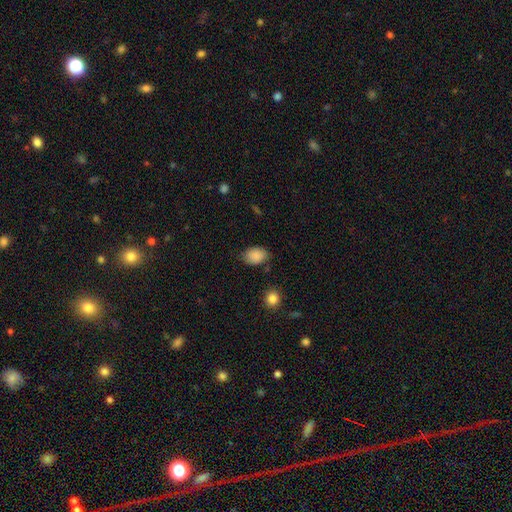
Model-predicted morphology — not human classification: Smooth or featured? smooth (88%)
How rounded? in between (78%)
Merging? none (77%)